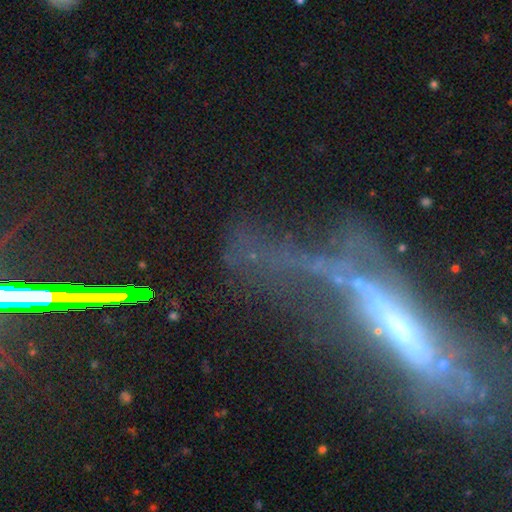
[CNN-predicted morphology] Overall: featured or disk (59%; star or artifact 22%). Edge-on disk: yes (59%; no 41%). Merging: major disturbance (42%; none 29%).